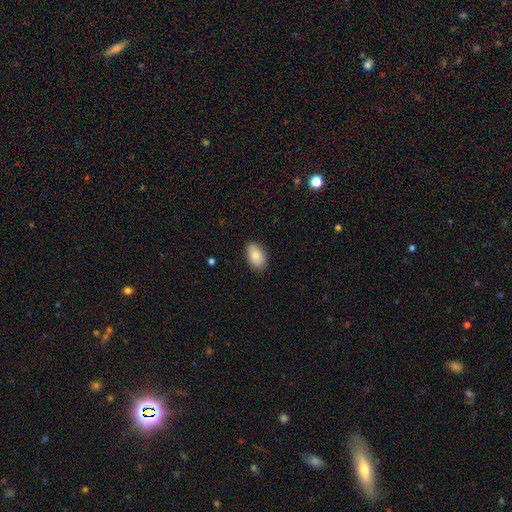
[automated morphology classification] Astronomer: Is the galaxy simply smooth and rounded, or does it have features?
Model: smooth — 86%.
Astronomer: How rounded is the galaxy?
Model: in between — 92%.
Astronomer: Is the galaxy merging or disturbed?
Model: none — 85%.